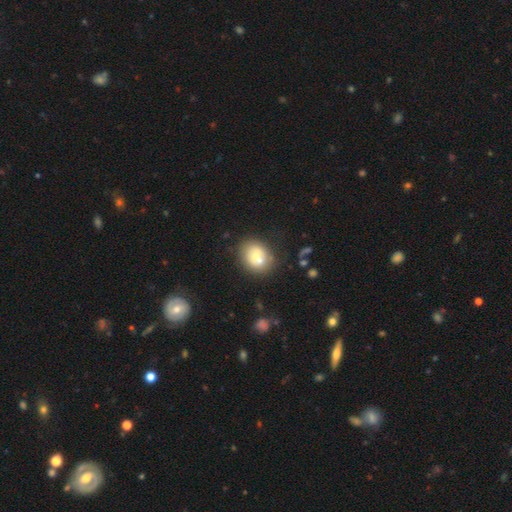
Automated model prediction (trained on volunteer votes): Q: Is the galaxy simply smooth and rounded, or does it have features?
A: smooth — 60%.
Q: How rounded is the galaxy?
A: round — 59%.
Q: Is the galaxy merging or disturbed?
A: none — 54%.